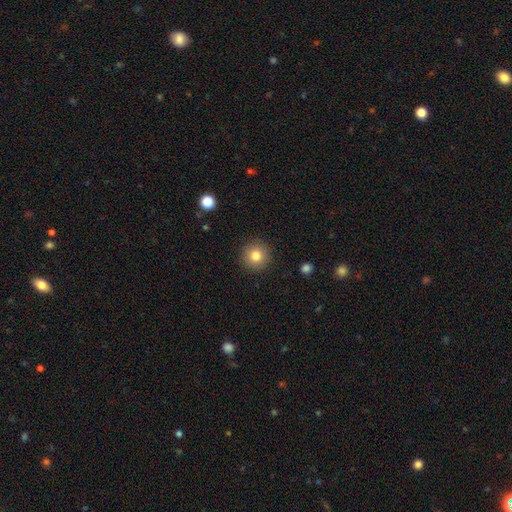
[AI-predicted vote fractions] Smooth or featured: smooth — 81% (star or artifact — 10%)
How rounded: round — 95% (in between — 4%)
Merging: none — 91% (minor disturbance — 6%)